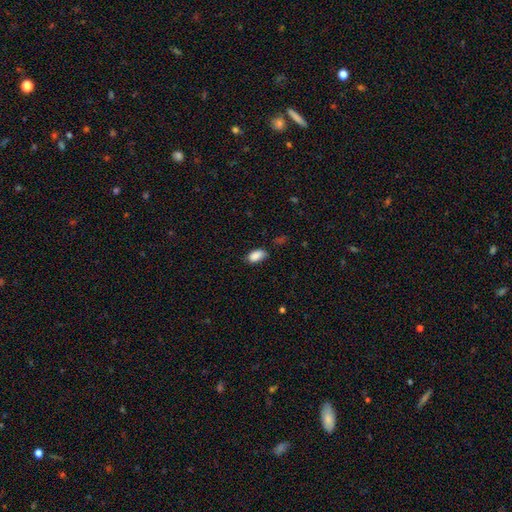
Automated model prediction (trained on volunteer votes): smooth 88%, star or artifact 8%, featured or disk 4%. Down the decision tree: how rounded — in between (93%); merging — none (70%).